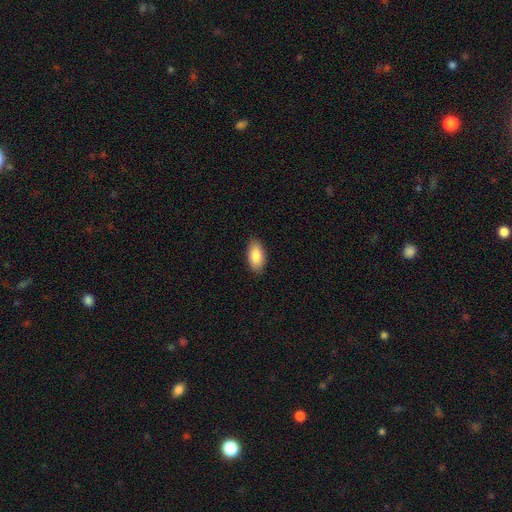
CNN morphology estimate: This is clearly a smooth galaxy (86%). How rounded: clearly in between (93%). Merging: clearly none (88%).